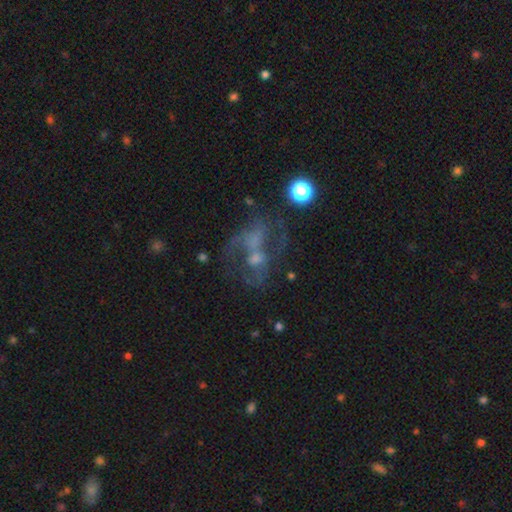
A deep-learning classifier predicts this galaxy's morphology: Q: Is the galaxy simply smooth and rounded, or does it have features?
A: featured or disk — 58%.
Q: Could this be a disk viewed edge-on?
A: no — 96%.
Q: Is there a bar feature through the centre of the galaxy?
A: no — 65%.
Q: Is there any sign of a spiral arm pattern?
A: no — 53%.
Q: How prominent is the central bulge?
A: none — 32%, tied with small.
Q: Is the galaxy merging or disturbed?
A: none — 36%.